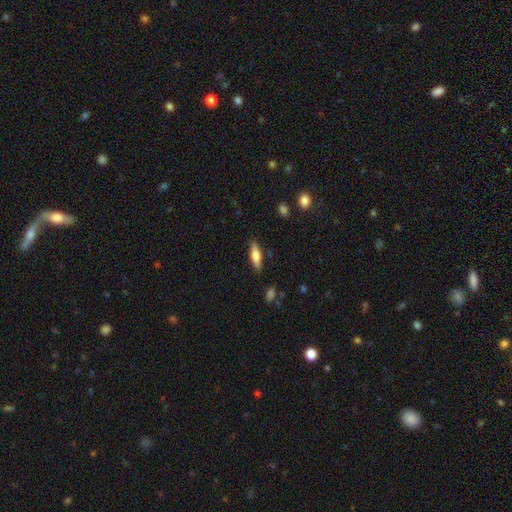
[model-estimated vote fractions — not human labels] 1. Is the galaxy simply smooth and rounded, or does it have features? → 66% smooth, 28% featured or disk, 6% star or artifact.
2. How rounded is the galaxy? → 50% cigar-shaped, 48% in between, 2% round.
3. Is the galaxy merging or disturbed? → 84% none, 11% minor disturbance, 3% major disturbance, 2% merger.